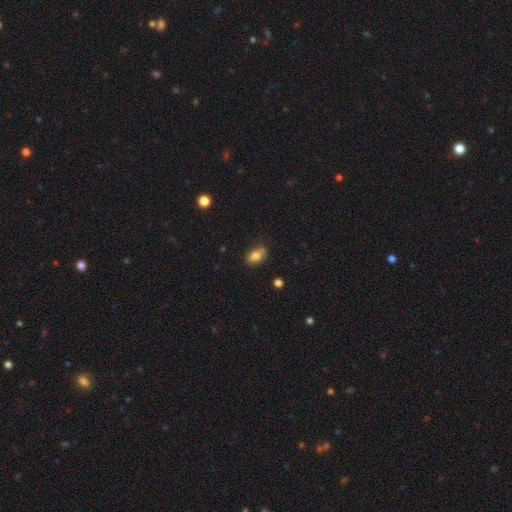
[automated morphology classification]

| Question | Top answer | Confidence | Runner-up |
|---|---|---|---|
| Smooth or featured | smooth | 78% | featured or disk (13%) |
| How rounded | in between | 80% | round (17%) |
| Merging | none | 64% | minor disturbance (22%) |